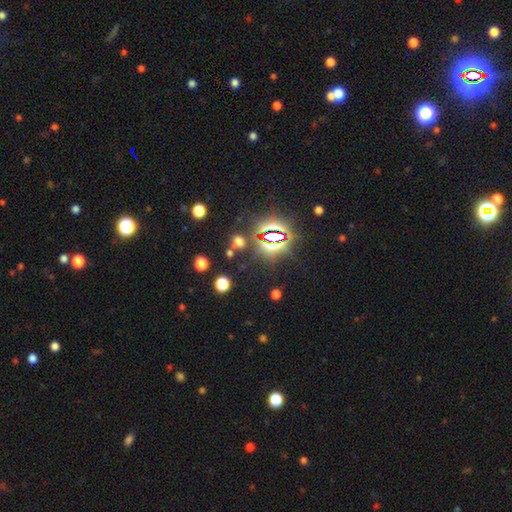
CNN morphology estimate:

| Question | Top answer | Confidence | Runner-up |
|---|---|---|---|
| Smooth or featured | star or artifact | 82% | smooth (11%) |